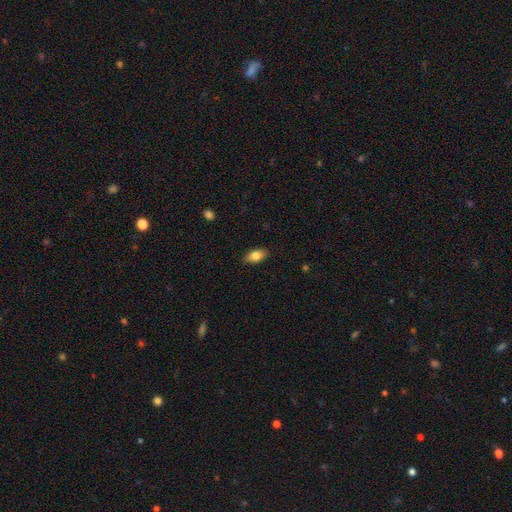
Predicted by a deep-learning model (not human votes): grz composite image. It shows a smooth galaxy with no disk features (82%) that is in between round and cigar-shaped (90%). Merging: none (87%).